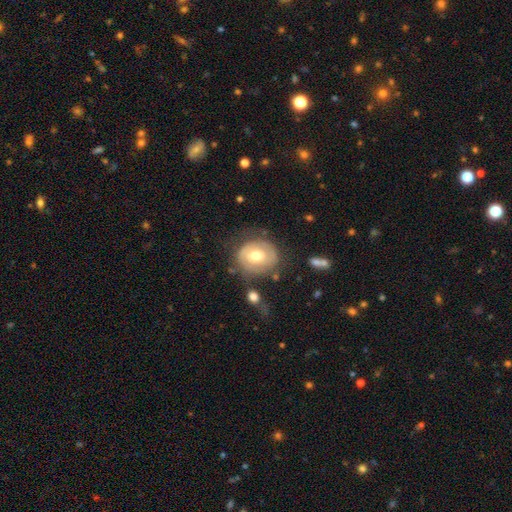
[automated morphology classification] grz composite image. It shows a featured or disk galaxy (48%). Merging: none (64%).